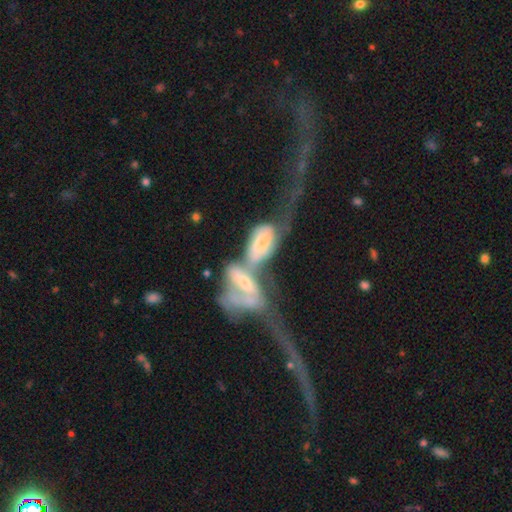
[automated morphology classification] type=featured or disk (69%); edge-on=no (77%); bar=no (67%); spiral arms=yes (54%); bulge=small (35%); merging=merger (64%).